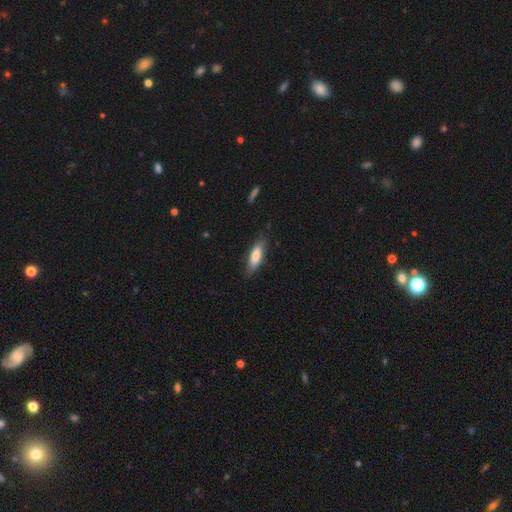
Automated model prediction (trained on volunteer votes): Smooth or featured?
  - smooth: 76% *
  - featured or disk: 18%
  - star or artifact: 6%
How rounded?
  - in between: 57% *
  - cigar-shaped: 42%
  - round: 2%
Merging?
  - none: 71% *
  - minor disturbance: 22%
  - major disturbance: 5%
  - merger: 2%